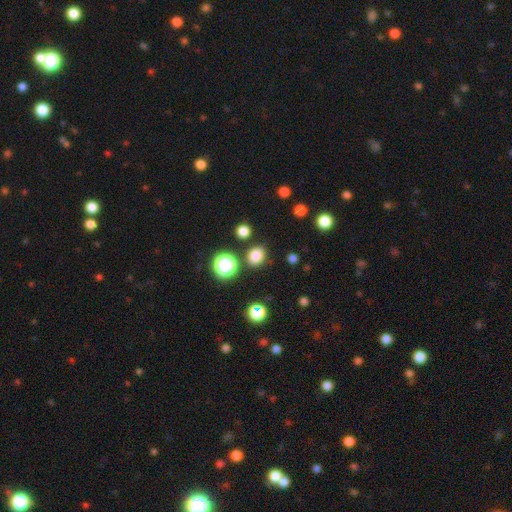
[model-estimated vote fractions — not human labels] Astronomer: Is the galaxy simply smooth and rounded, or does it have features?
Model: smooth — 80%.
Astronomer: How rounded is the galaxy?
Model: round — 67%.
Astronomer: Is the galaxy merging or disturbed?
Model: none — 84%.